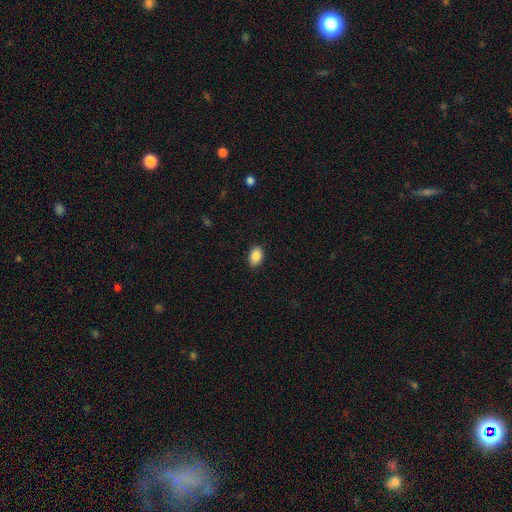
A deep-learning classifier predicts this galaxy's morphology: smooth 88%, star or artifact 8%, featured or disk 4%. Down the decision tree: how rounded — in between (84%); merging — none (88%).